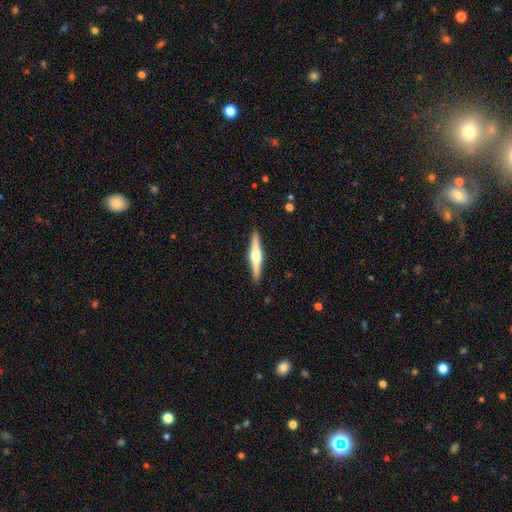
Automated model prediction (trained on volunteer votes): Morphology: type=featured or disk (68%); edge-on=yes (98%); edge-on bulge=rounded (91%); merging=none (91%).